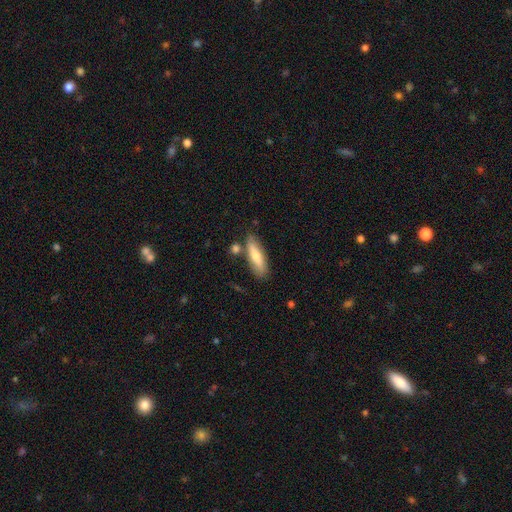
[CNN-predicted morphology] Smooth or featured: smooth — 71% (featured or disk — 23%)
How rounded: cigar-shaped — 59% (in between — 39%)
Merging: none — 76% (minor disturbance — 14%)